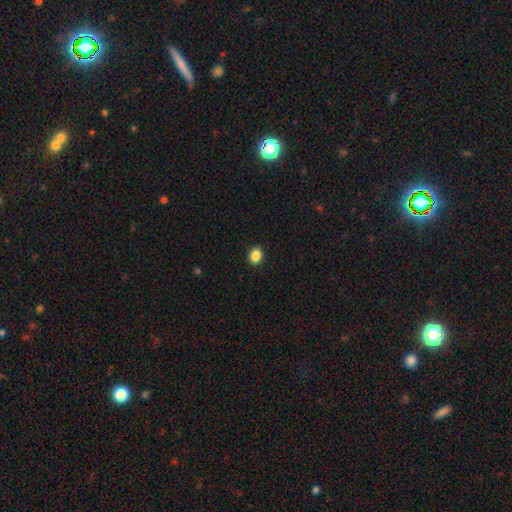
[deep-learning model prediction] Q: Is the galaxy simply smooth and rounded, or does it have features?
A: smooth — 88%.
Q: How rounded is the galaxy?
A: in between — 50%.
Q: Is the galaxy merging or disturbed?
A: none — 90%.